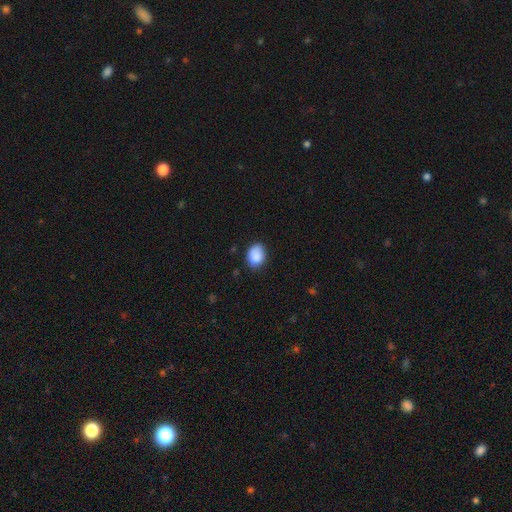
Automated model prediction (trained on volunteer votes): Morphology: type=smooth (87%); roundness=in between (65%); merging=none (73%).